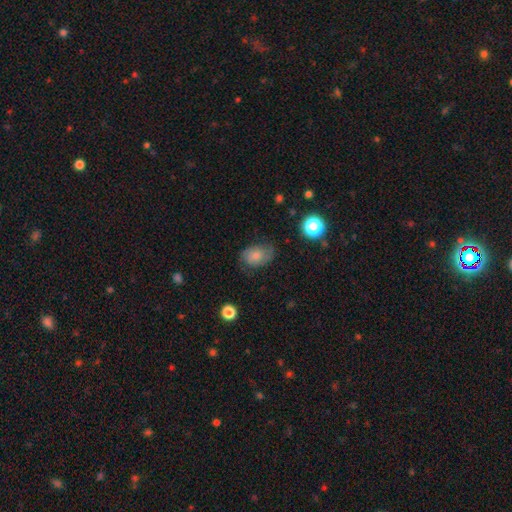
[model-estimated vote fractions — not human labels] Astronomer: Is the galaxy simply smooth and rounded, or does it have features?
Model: smooth — 66%.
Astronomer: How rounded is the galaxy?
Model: in between — 77%.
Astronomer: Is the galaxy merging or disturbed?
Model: none — 63%.